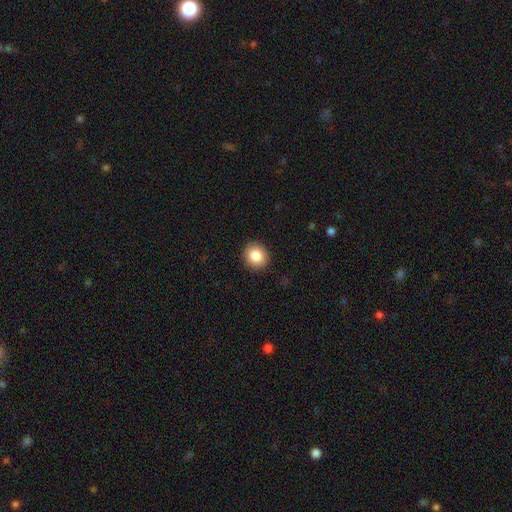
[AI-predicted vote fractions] Morphology: type=smooth (86%); roundness=round (83%); merging=none (91%).